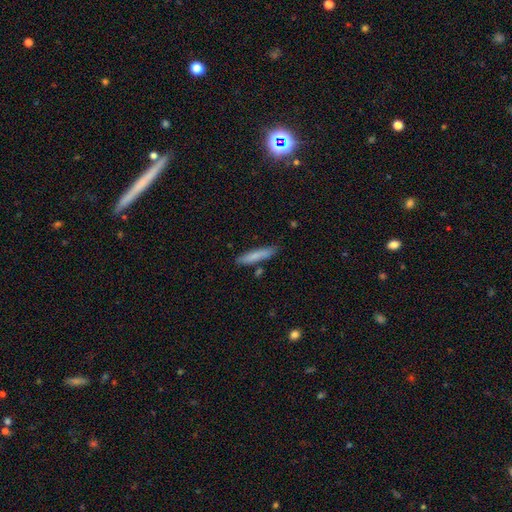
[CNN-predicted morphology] smooth_or_featured: smooth (p=0.78) [alt: featured or disk p=0.15]
how_rounded: cigar-shaped (p=0.89) [alt: in between p=0.10]
merging: none (p=0.81) [alt: minor disturbance p=0.13]